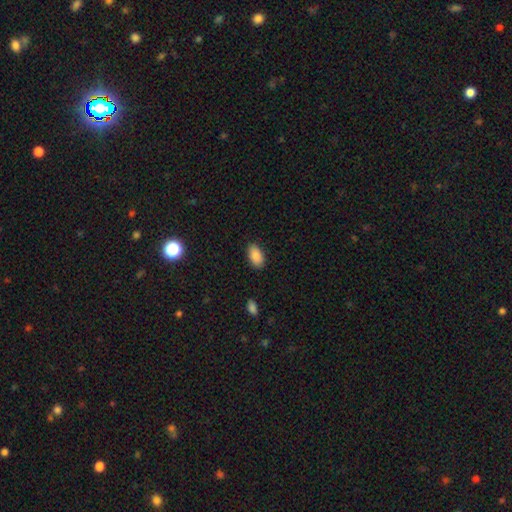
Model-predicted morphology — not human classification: This appears to be a smooth galaxy with no disk features (88%) that is in between round and cigar-shaped (94%). Merging: none (88%).